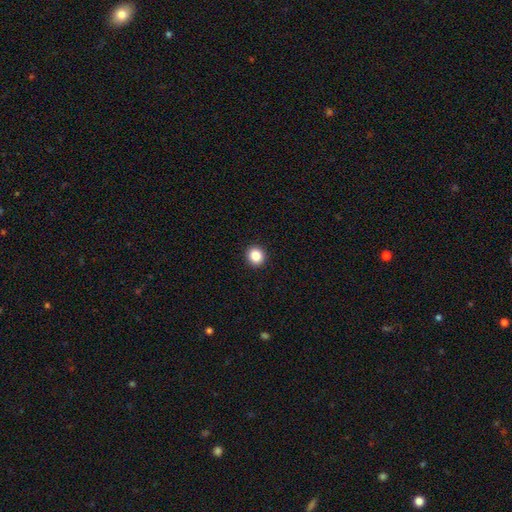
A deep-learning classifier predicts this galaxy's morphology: Smooth or featured: smooth — 87% (star or artifact — 10%)
How rounded: round — 87% (in between — 12%)
Merging: none — 93% (minor disturbance — 5%)